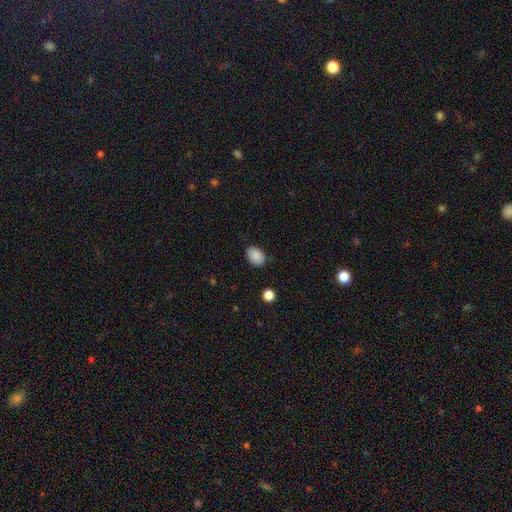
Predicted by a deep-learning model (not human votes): Q: Smooth or featured?
A: smooth (87%); runner-up: star or artifact (8%)
Q: How rounded?
A: in between (76%); runner-up: round (23%)
Q: Merging?
A: none (83%); runner-up: minor disturbance (13%)